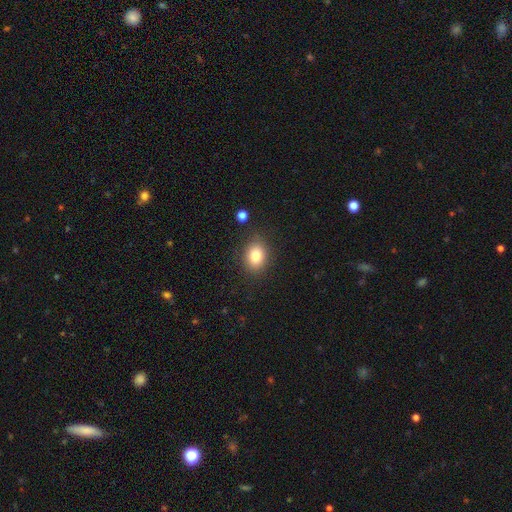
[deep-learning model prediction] smooth 82%, star or artifact 10%, featured or disk 8%. Down the decision tree: how rounded — in between (60%); merging — none (83%).